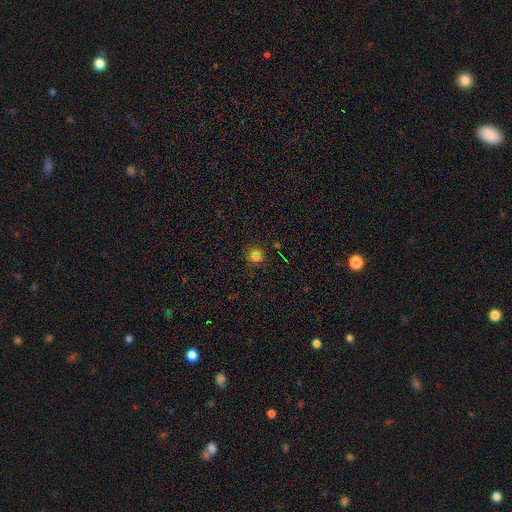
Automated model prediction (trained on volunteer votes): This is likely a smooth galaxy (63%). How rounded: clearly round (85%). Merging: likely none (80%).